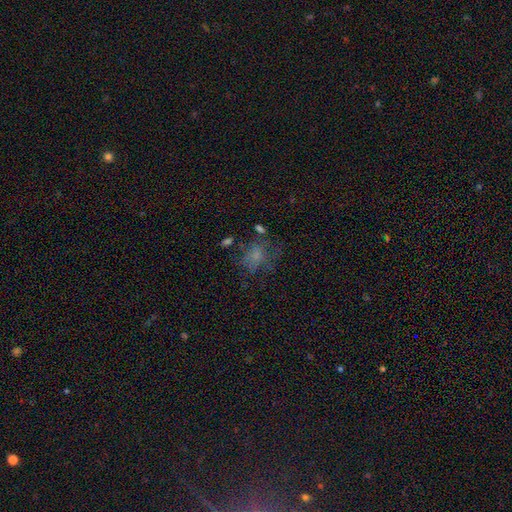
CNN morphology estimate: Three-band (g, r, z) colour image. It shows a smooth galaxy with no disk features (55%) that is in between round and cigar-shaped (53%). Merging: none (45%).